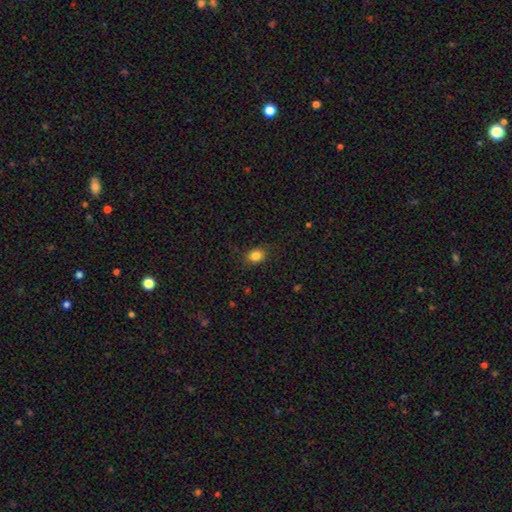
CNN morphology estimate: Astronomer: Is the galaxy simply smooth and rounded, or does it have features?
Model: smooth — 84%.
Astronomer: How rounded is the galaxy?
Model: in between — 57% (runner-up: round, 42%).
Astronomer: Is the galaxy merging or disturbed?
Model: none — 85%.